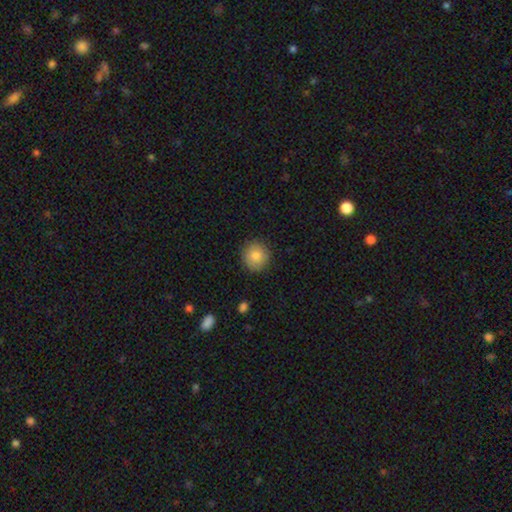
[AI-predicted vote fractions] smooth 83%, featured or disk 8%, star or artifact 8%. Down the decision tree: how rounded — round (93%); merging — none (89%).